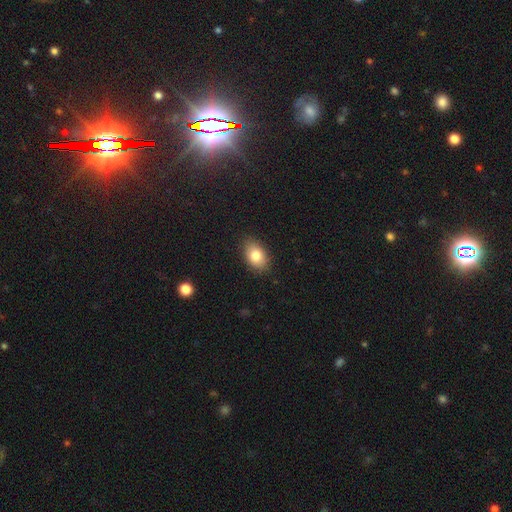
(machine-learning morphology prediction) This appears to be a smooth galaxy with no disk features (81%) that is in between round and cigar-shaped (86%). Merging: none (86%).